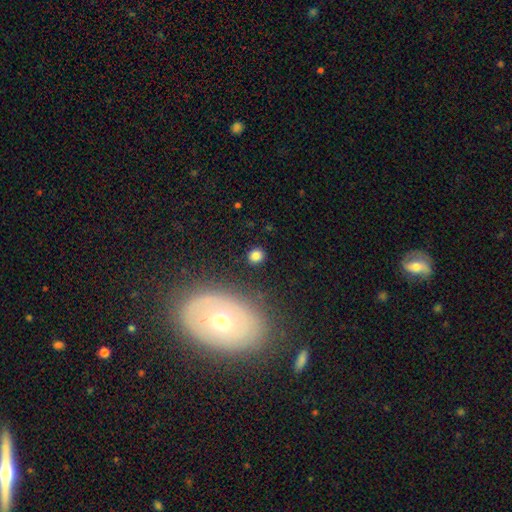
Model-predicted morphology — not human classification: Overall: smooth (81%). How rounded: round (80%). Merging: none (88%).